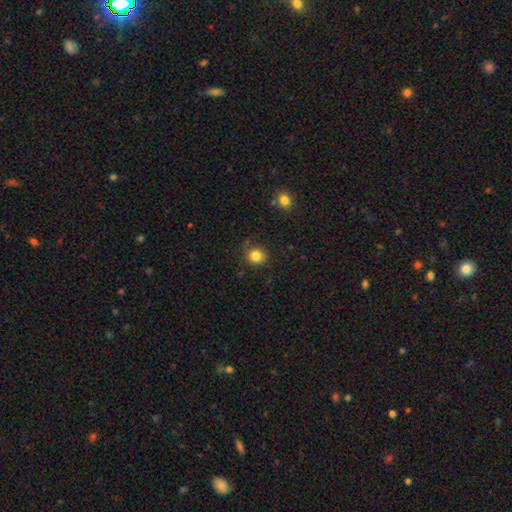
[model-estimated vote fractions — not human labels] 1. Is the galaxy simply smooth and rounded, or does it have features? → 83% smooth, 12% star or artifact, 6% featured or disk.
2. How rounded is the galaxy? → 87% round, 12% in between, 1% cigar-shaped.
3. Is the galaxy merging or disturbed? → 81% none, 13% minor disturbance, 4% major disturbance, 2% merger.